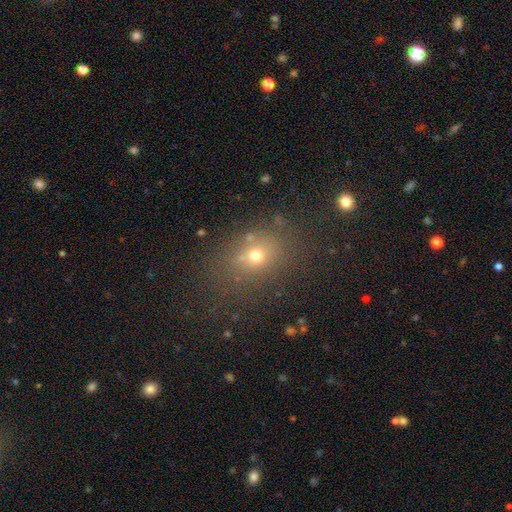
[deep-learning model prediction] smooth 63%, star or artifact 22%, featured or disk 15%. Down the decision tree: how rounded — round (50%); merging — none (71%).